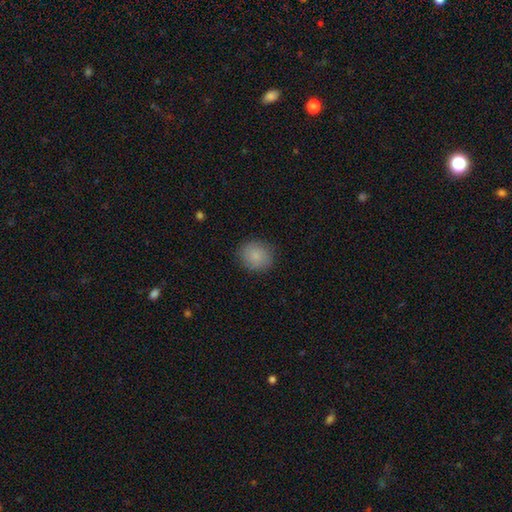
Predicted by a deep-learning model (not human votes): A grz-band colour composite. It shows a smooth galaxy with no disk features (85%) that is round (78%). Merging: none (87%).